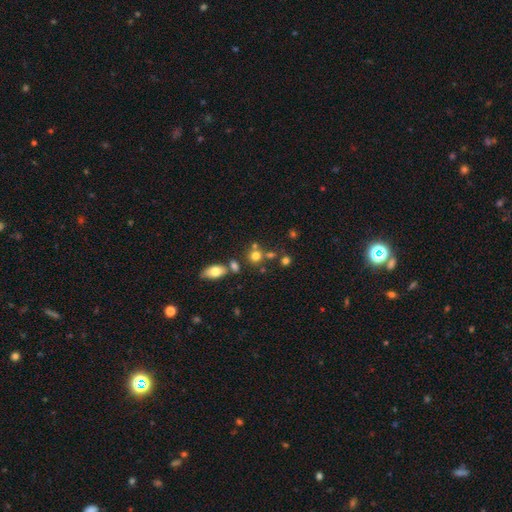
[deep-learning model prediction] This is likely a smooth galaxy (73%). How rounded: likely round (78%). Merging: possibly none (55%).